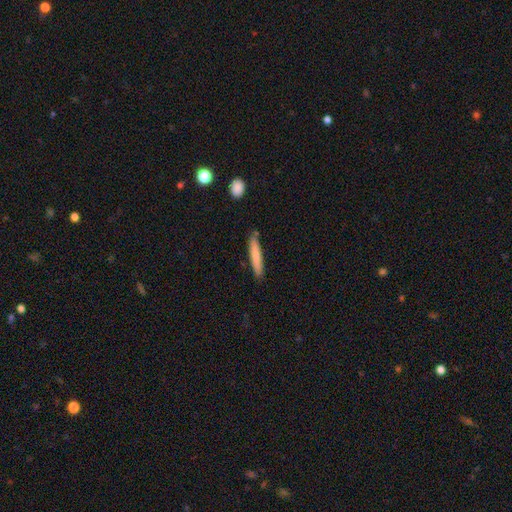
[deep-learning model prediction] Q: Smooth or featured?
A: smooth (77%); runner-up: featured or disk (17%)
Q: How rounded?
A: cigar-shaped (93%); runner-up: in between (6%)
Q: Merging?
A: none (84%); runner-up: minor disturbance (11%)